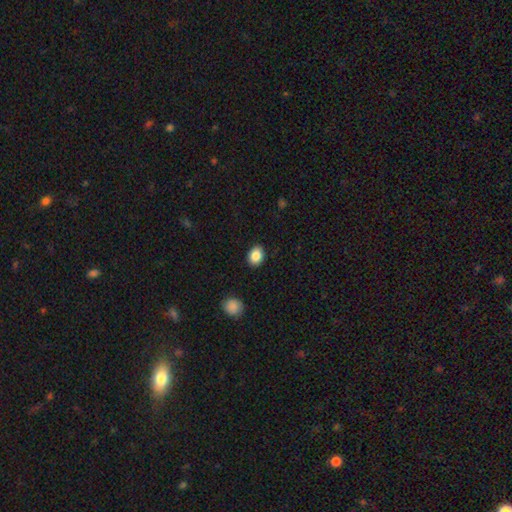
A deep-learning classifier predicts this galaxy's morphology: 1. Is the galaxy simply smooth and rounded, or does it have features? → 87% smooth, 8% star or artifact, 5% featured or disk.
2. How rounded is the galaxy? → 60% in between, 39% round, 1% cigar-shaped.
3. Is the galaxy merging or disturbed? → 89% none, 8% minor disturbance, 2% major disturbance, 1% merger.